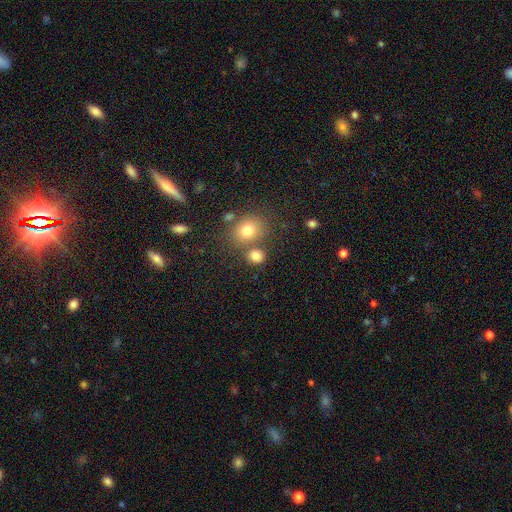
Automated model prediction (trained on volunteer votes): This is clearly a smooth galaxy (80%). How rounded: likely round (63%). Merging: likely none (65%).